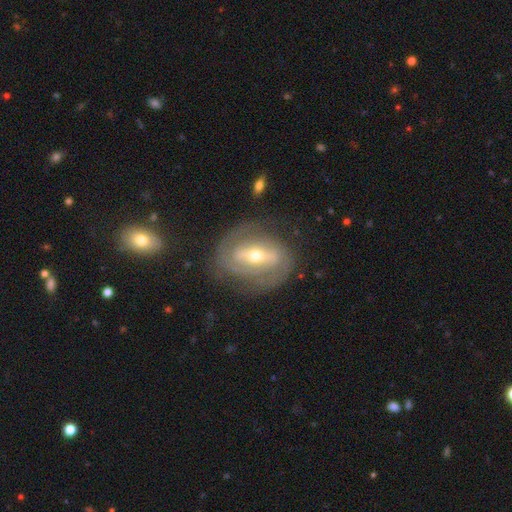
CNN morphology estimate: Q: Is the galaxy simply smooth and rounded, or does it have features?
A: featured or disk — 80%.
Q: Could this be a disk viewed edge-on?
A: no — 94%.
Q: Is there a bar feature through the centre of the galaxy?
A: strong — 53%.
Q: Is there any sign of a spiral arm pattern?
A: yes — 78%.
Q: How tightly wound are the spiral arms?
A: tight — 54%.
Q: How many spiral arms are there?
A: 2 — 63%.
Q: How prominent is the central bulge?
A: small — 49%.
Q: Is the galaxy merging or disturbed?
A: none — 71%.